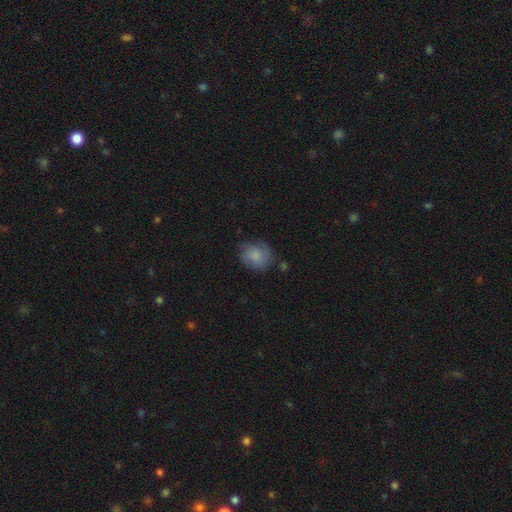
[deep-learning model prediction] A smooth galaxy with no disk features (72%) that is round (62%).

Vote fractions:
- Smooth or featured? smooth: 72% / featured or disk: 20% / star or artifact: 8%
- How rounded? round: 62% / in between: 37% / cigar-shaped: 1%
- Merging? none: 65% / minor disturbance: 25% / major disturbance: 8% / merger: 3%